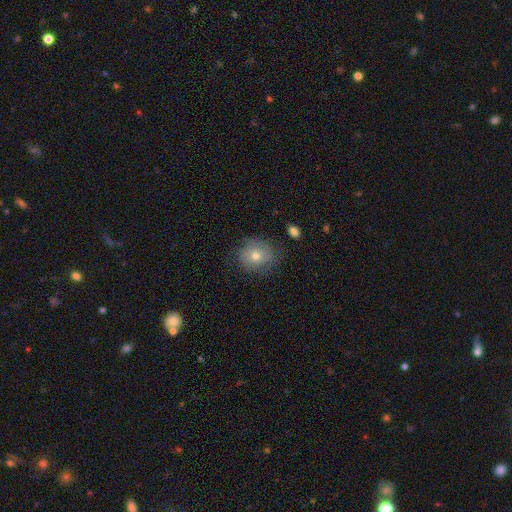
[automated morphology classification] This appears to be a smooth galaxy with no disk features (66%) that is round (72%). Merging: none (73%).